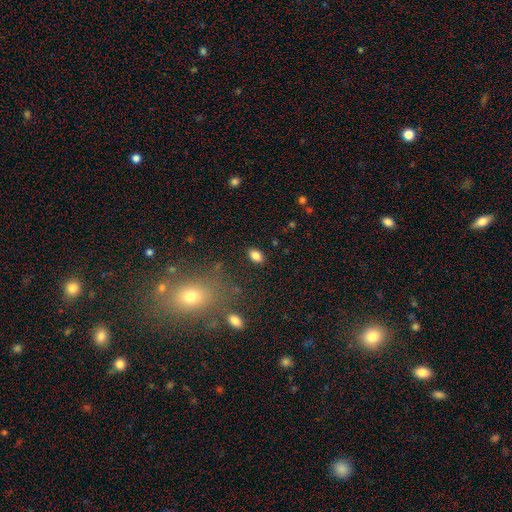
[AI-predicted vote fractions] Smooth or featured?
  - smooth: 84% *
  - star or artifact: 10%
  - featured or disk: 6%
How rounded?
  - in between: 88% *
  - round: 10%
  - cigar-shaped: 2%
Merging?
  - none: 86% *
  - minor disturbance: 9%
  - major disturbance: 3%
  - merger: 2%